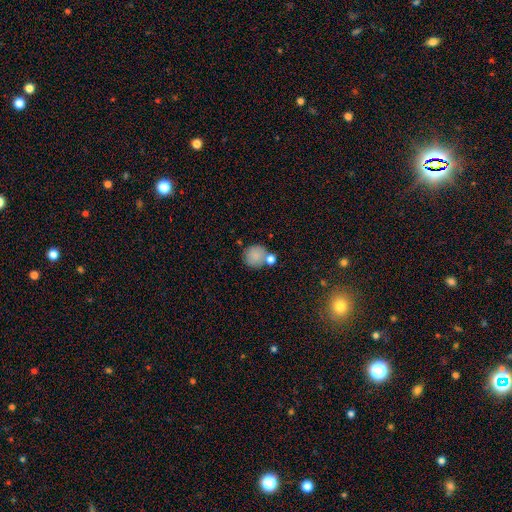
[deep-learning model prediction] smooth_or_featured: smooth (p=0.83) [alt: star or artifact p=0.09]
how_rounded: round (p=0.88) [alt: in between p=0.11]
merging: none (p=0.64) [alt: merger p=0.19]